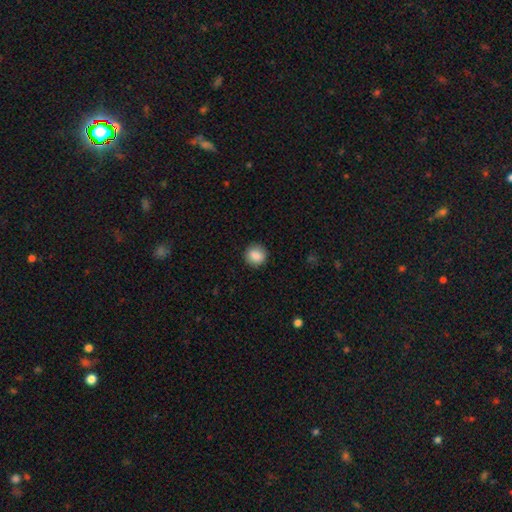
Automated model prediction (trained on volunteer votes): smooth-or-featured: smooth: 87% | star or artifact: 9% | featured or disk: 4%
  how-rounded: round: 85% | in between: 14% | cigar-shaped: 1%
  merging: none: 89% | minor disturbance: 8% | major disturbance: 2% | merger: 1%